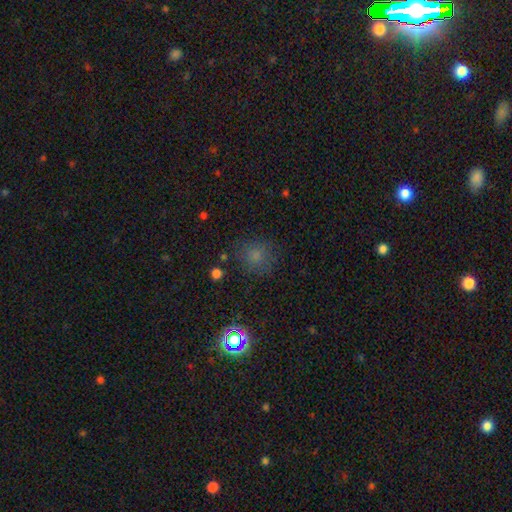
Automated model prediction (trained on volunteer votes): A smooth galaxy with no disk features (70%) that is round (85%).

Vote fractions:
- Smooth or featured? smooth: 70% / star or artifact: 22% / featured or disk: 8%
- How rounded? round: 85% / in between: 14% / cigar-shaped: 1%
- Merging? none: 77% / minor disturbance: 15% / major disturbance: 6% / merger: 2%